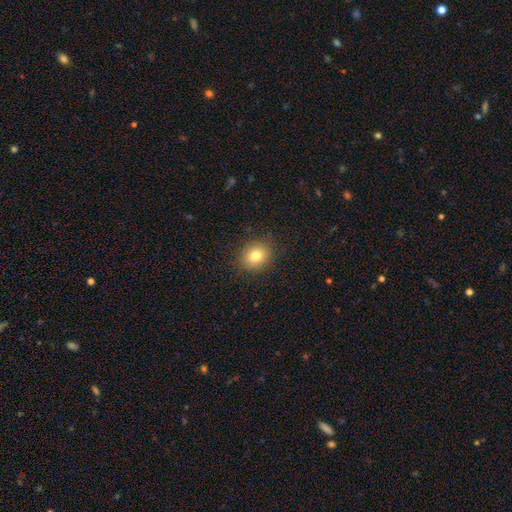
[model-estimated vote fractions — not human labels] A smooth galaxy with no disk features (81%) that is round (61%). Merging: none (88%).